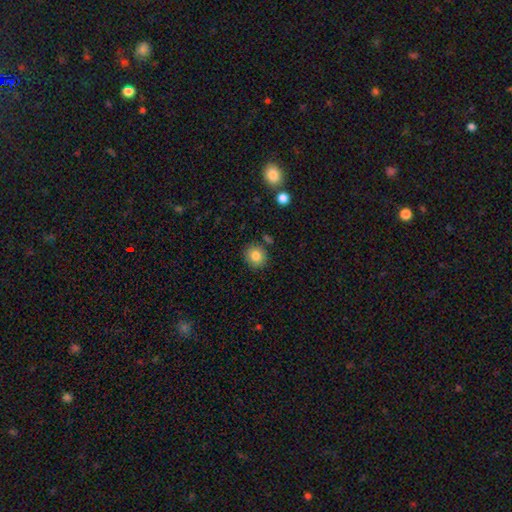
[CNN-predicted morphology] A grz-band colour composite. It shows a smooth galaxy with no disk features (83%) that is round (85%). Merging: none (85%).